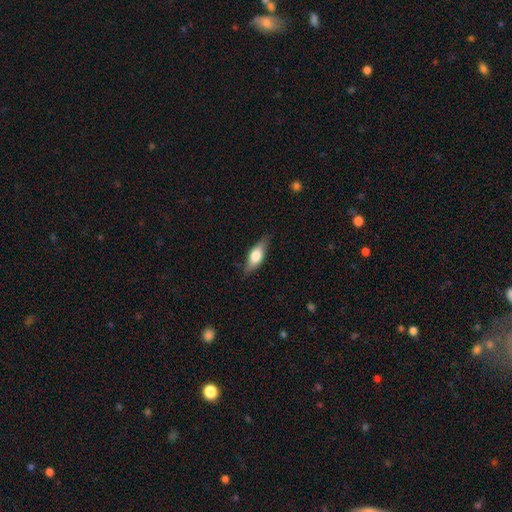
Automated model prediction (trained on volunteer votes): A smooth galaxy with no disk features (59%) that is in between round and cigar-shaped (68%).

Vote fractions:
- Smooth or featured? smooth: 59% / featured or disk: 34% / star or artifact: 6%
- How rounded? in between: 68% / cigar-shaped: 28% / round: 4%
- Merging? none: 78% / minor disturbance: 18% / major disturbance: 4% / merger: 1%